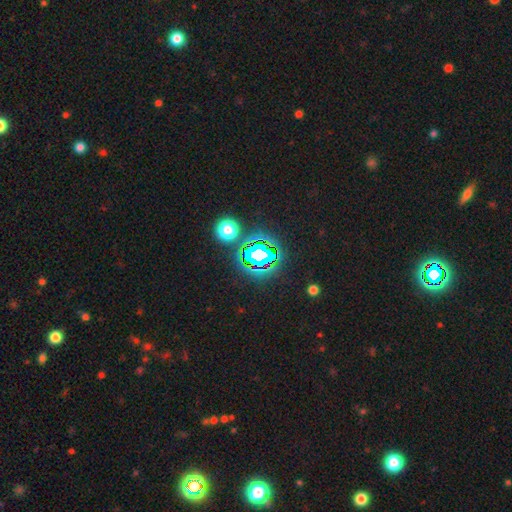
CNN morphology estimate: star or artifact 80%, smooth 14%, featured or disk 7%.